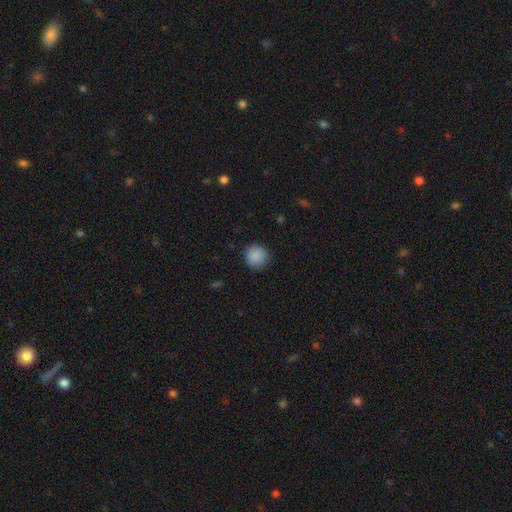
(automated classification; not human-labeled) Smooth or featured: smooth — 89% (star or artifact — 8%)
How rounded: round — 93% (in between — 6%)
Merging: none — 88% (minor disturbance — 9%)